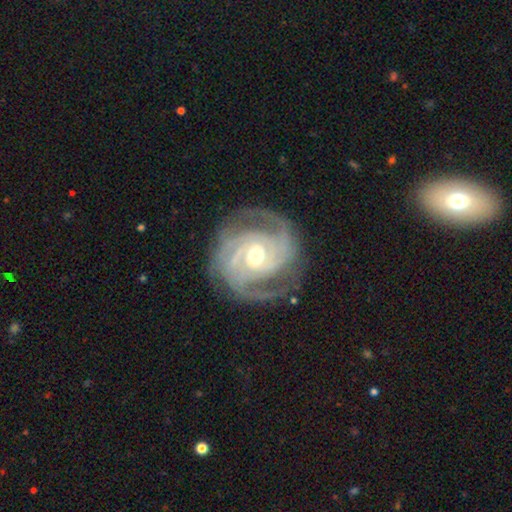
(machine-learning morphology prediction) Overall: featured or disk (93%). Edge-on disk: no (98%). Bar: no (48%; weak 38%). Spiral arms: yes (98%). Spiral arm count: 2 (36%; 3 32%). Spiral winding: tight (61%; medium 34%). Bulge size: moderate (69%). Merging: none (77%).